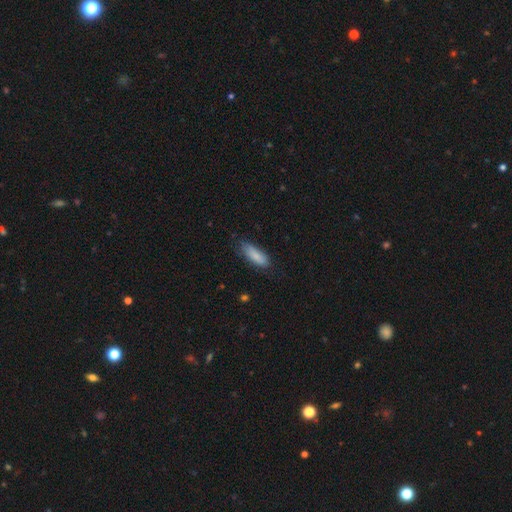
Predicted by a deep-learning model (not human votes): A smooth galaxy with no disk features (84%) that is in between round and cigar-shaped (64%).

Vote fractions:
- Smooth or featured? smooth: 84% / featured or disk: 10% / star or artifact: 6%
- How rounded? in between: 64% / cigar-shaped: 35% / round: 2%
- Merging? none: 71% / minor disturbance: 23% / major disturbance: 5% / merger: 1%